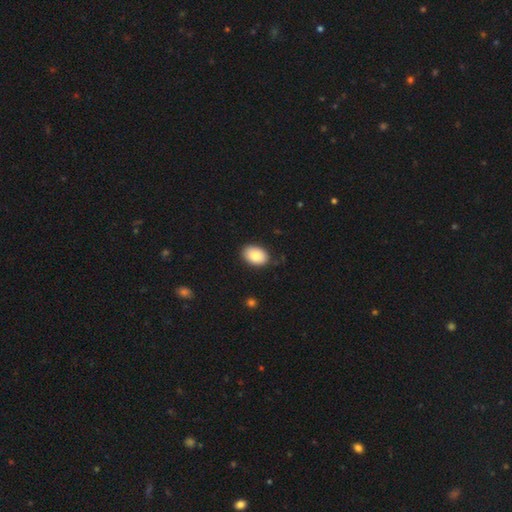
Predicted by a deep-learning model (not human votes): Q: Smooth or featured?
A: smooth (87%); runner-up: star or artifact (7%)
Q: How rounded?
A: in between (87%); runner-up: round (12%)
Q: Merging?
A: none (86%); runner-up: minor disturbance (11%)